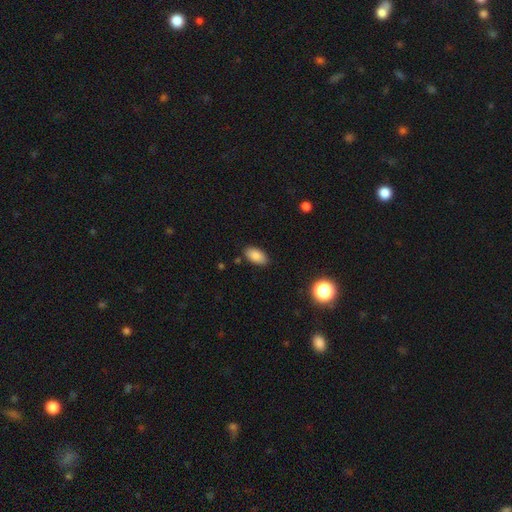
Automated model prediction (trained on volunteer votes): smooth-or-featured: smooth: 86% | star or artifact: 8% | featured or disk: 6%
  how-rounded: in between: 93% | cigar-shaped: 3% | round: 3%
  merging: none: 86% | minor disturbance: 10% | major disturbance: 2% | merger: 2%